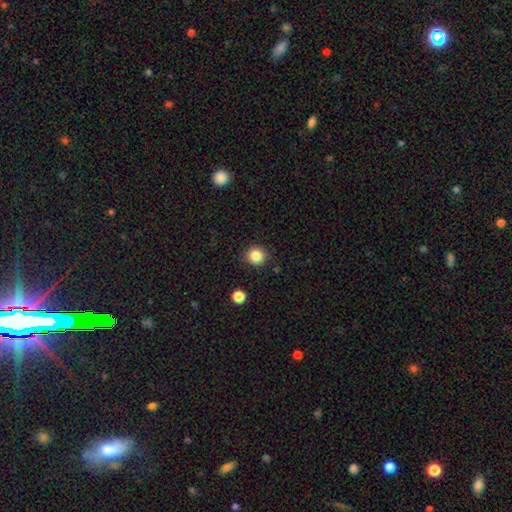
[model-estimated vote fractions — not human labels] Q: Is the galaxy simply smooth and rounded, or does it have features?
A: smooth — 84%.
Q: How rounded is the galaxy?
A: round — 91%.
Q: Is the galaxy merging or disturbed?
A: none — 89%.